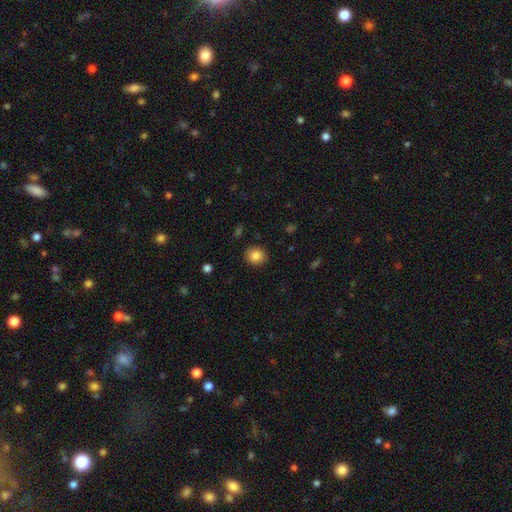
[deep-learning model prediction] smooth_or_featured: smooth (p=0.85) [alt: star or artifact p=0.09]
how_rounded: round (p=0.82) [alt: in between p=0.17]
merging: none (p=0.90) [alt: minor disturbance p=0.07]